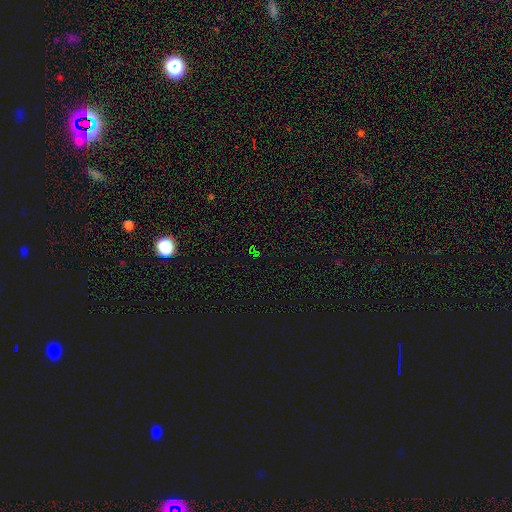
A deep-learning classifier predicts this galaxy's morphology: Smooth or featured? star or artifact (78%)